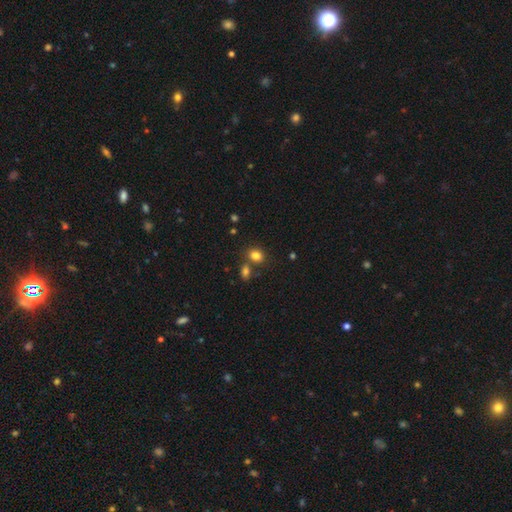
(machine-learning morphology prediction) A smooth galaxy with no disk features (82%) that is in between round and cigar-shaped (55%).

Vote fractions:
- Smooth or featured? smooth: 82% / star or artifact: 12% / featured or disk: 6%
- How rounded? in between: 55% / round: 44% / cigar-shaped: 1%
- Merging? none: 62% / merger: 23% / minor disturbance: 11% / major disturbance: 4%